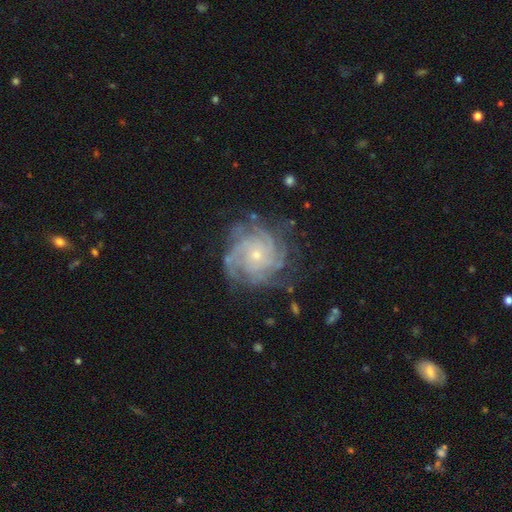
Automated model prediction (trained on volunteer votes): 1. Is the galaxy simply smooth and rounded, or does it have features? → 84% featured or disk, 8% star or artifact, 8% smooth.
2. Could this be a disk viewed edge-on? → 97% no, 3% yes.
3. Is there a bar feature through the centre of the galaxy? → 79% no, 17% weak, 4% strong.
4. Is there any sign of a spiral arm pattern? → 96% yes, 4% no.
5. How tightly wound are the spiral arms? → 72% tight, 23% medium, 5% loose.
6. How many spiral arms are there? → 30% can't tell, 23% 4, 15% 3, 15% more than 4, 10% 2, 7% 1.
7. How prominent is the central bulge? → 75% small, 21% moderate, 2% none, 1% large, 1% dominant.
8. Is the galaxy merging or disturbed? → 76% none, 16% minor disturbance, 7% major disturbance, 2% merger.